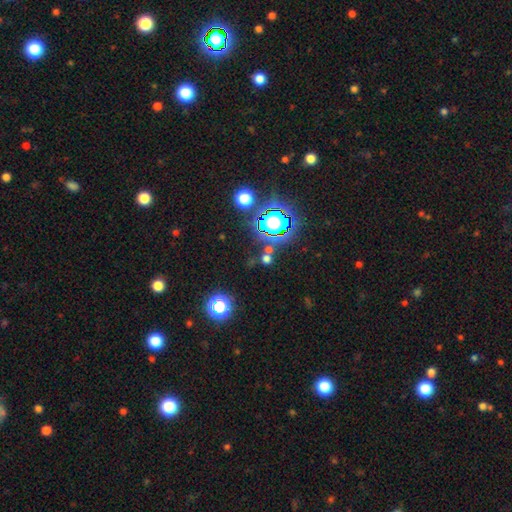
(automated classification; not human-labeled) Smooth or featured? Predicted: star or artifact (p=0.78).